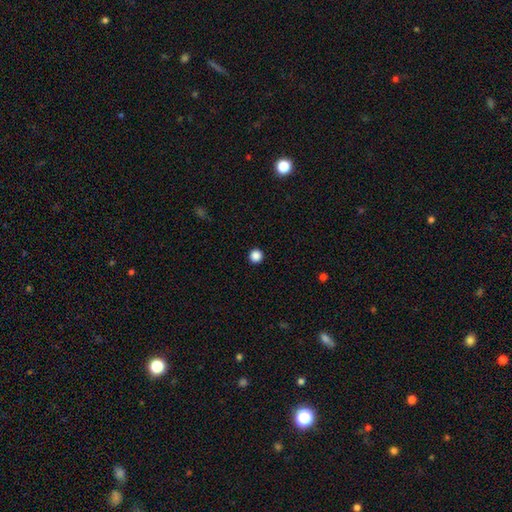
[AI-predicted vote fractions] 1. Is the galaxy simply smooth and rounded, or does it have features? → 87% smooth, 11% star or artifact, 2% featured or disk.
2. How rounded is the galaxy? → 96% round, 3% in between, 1% cigar-shaped.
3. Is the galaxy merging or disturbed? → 94% none, 4% minor disturbance, 1% major disturbance, 1% merger.